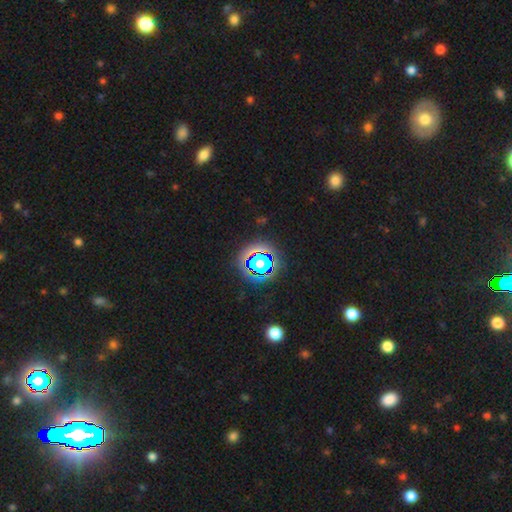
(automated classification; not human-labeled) This appears to be a star or artifact, not a galaxy (57%).